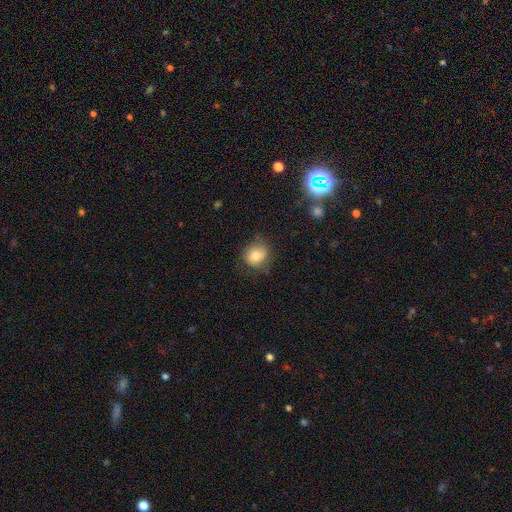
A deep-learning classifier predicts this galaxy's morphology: Smooth or featured: smooth — 78% (featured or disk — 13%)
How rounded: round — 76% (in between — 23%)
Merging: none — 68% (minor disturbance — 22%)